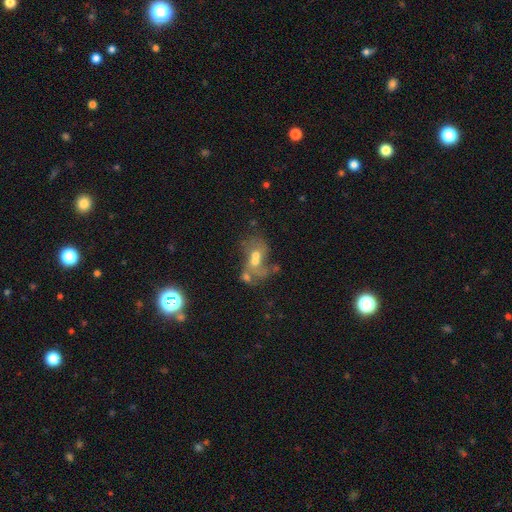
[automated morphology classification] featured or disk 48%, smooth 32%, star or artifact 20%. Down the decision tree: merging — merger (51%).